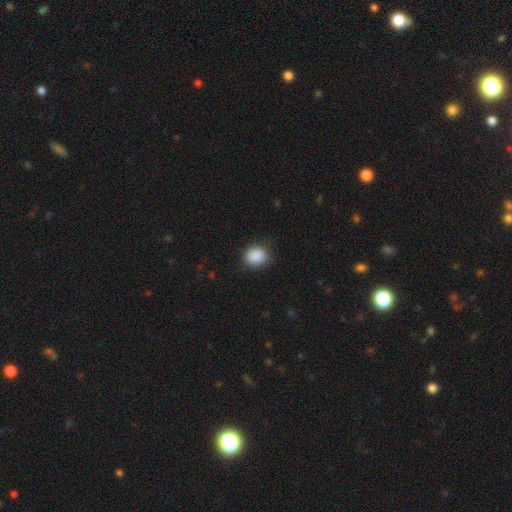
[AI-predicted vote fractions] smooth-or-featured: smooth: 89% | star or artifact: 8% | featured or disk: 3%
  how-rounded: round: 67% | in between: 32% | cigar-shaped: 1%
  merging: none: 86% | minor disturbance: 10% | major disturbance: 3% | merger: 1%